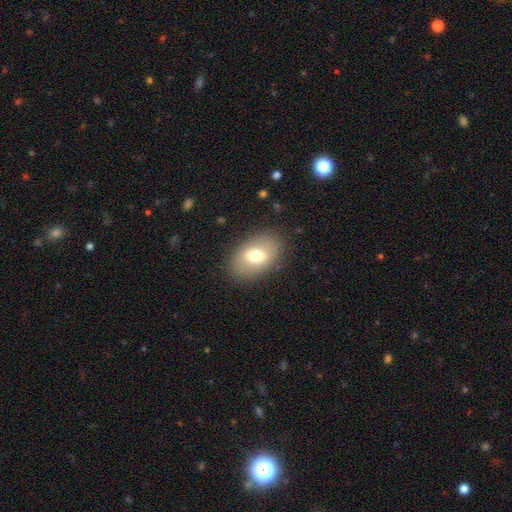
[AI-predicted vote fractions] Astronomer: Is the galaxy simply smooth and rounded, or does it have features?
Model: smooth — 65%.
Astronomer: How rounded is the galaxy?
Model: in between — 85%.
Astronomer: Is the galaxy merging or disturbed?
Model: none — 84%.